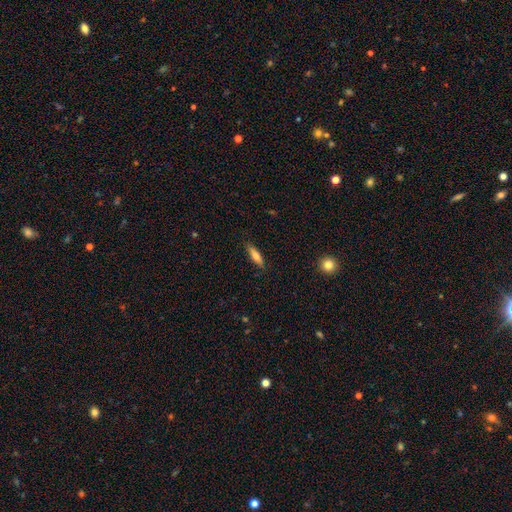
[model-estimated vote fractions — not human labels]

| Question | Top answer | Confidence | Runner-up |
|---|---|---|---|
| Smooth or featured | smooth | 70% | featured or disk (24%) |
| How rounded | cigar-shaped | 67% | in between (30%) |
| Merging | none | 87% | minor disturbance (10%) |